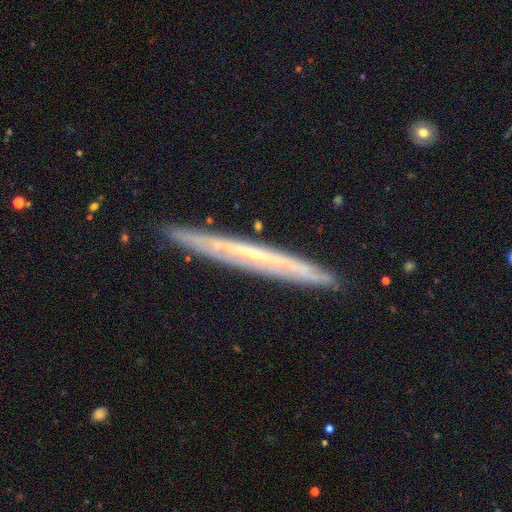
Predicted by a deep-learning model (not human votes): Smooth or featured: featured or disk — 66% (smooth — 27%)
Edge-on disk: yes — 92% (no — 8%)
Edge-on bulge: none — 83% (rounded — 13%)
Merging: none — 89% (minor disturbance — 8%)